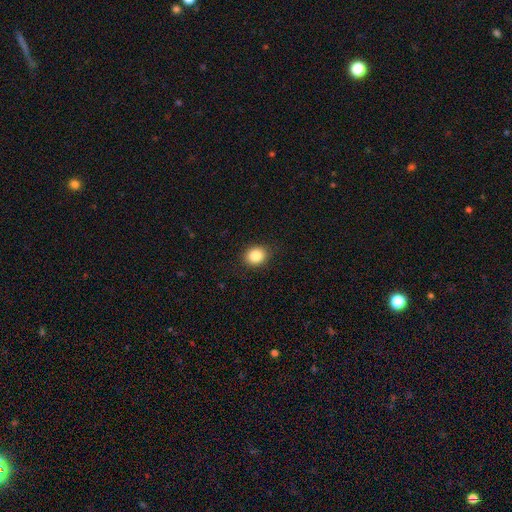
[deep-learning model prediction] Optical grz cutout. It shows a smooth galaxy with no disk features (86%) that is round (64%). Merging: none (88%).